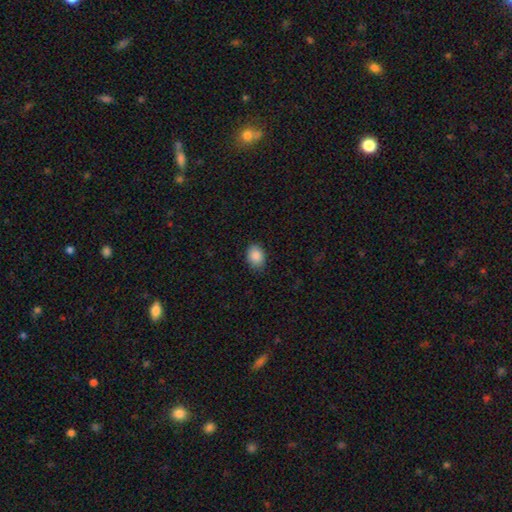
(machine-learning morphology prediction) This is clearly a smooth galaxy (89%). How rounded: likely in between (67%). Merging: clearly none (85%).